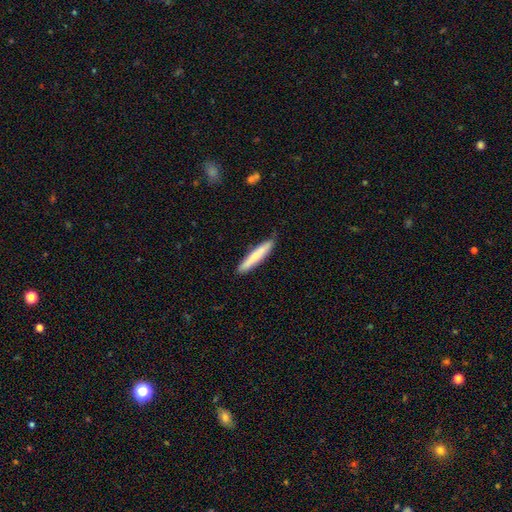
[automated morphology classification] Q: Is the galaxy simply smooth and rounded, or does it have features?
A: smooth — 70%.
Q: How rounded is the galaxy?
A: cigar-shaped — 92%.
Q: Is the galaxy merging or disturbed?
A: none — 85%.